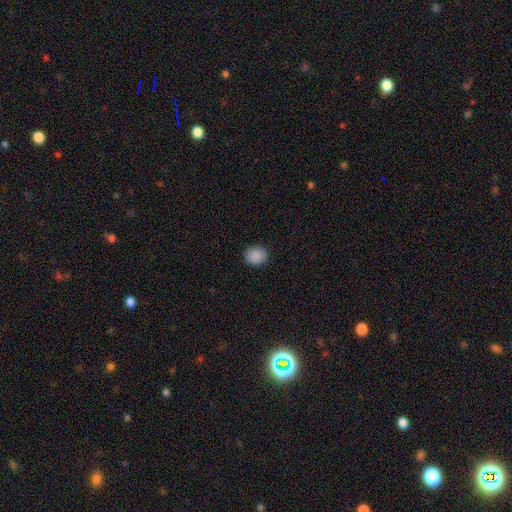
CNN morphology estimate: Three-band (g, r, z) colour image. It shows a smooth galaxy with no disk features (89%) that is round (69%). Merging: none (90%).